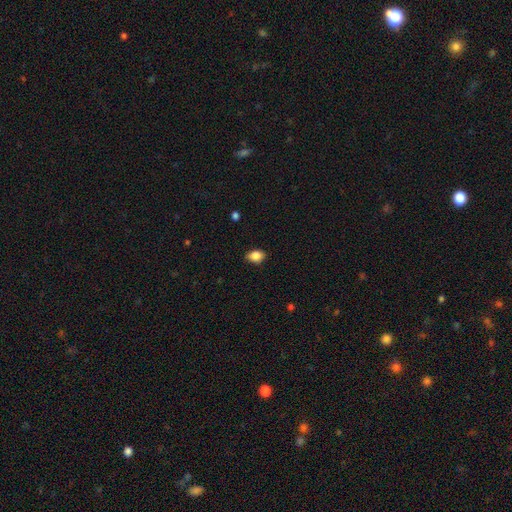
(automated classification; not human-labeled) Morphology: type=smooth (86%); roundness=in between (78%); merging=none (82%).